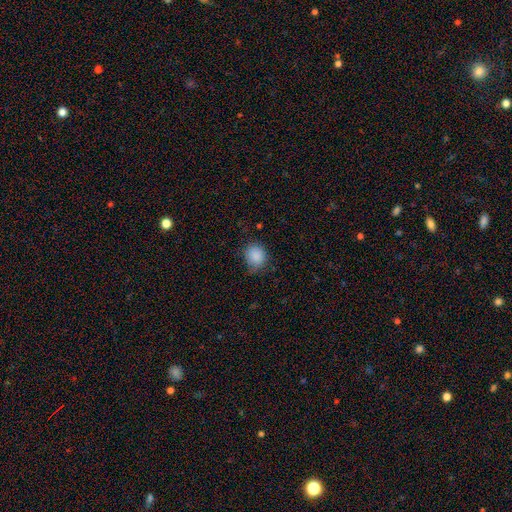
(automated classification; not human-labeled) Smooth or featured: smooth — 87% (star or artifact — 9%)
How rounded: round — 67% (in between — 32%)
Merging: none — 67% (minor disturbance — 26%)